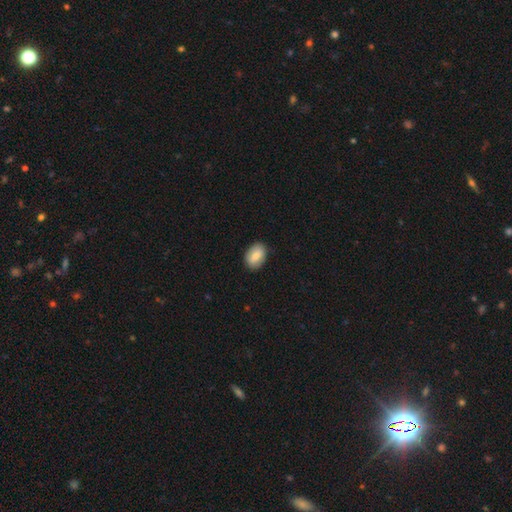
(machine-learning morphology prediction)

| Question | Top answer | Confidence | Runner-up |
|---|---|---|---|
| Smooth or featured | smooth | 77% | featured or disk (17%) |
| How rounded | in between | 84% | round (14%) |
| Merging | none | 85% | minor disturbance (11%) |